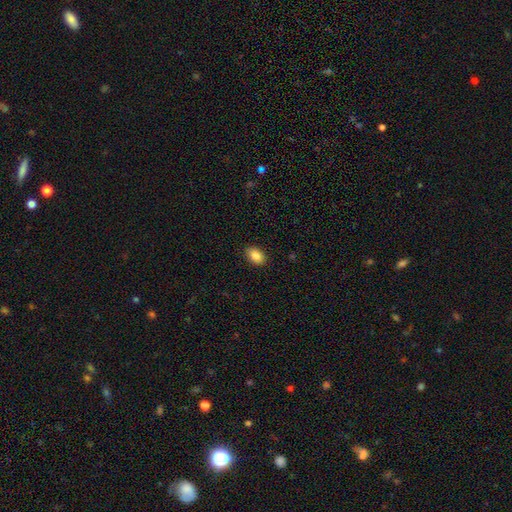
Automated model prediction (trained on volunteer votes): smooth 86%, star or artifact 8%, featured or disk 6%. Down the decision tree: how rounded — in between (88%); merging — none (90%).